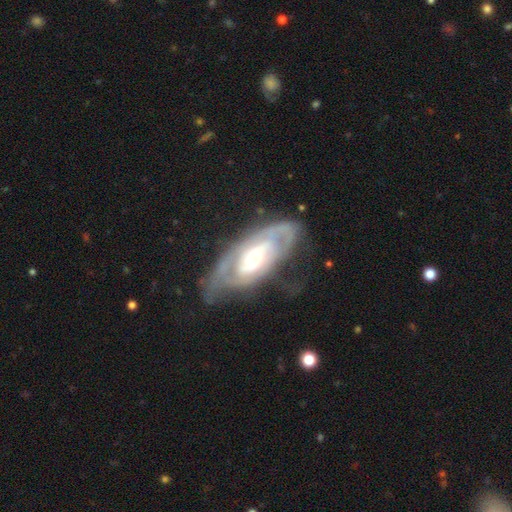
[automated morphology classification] Overall: featured or disk (82%). Edge-on disk: no (89%). Bar: no (49%; weak 36%). Spiral arms: yes (84%). Spiral arm count: 2 (43%; can't tell 39%). Spiral winding: tight (59%; medium 32%). Bulge size: moderate (59%; small 24%). Merging: none (61%; minor disturbance 24%).